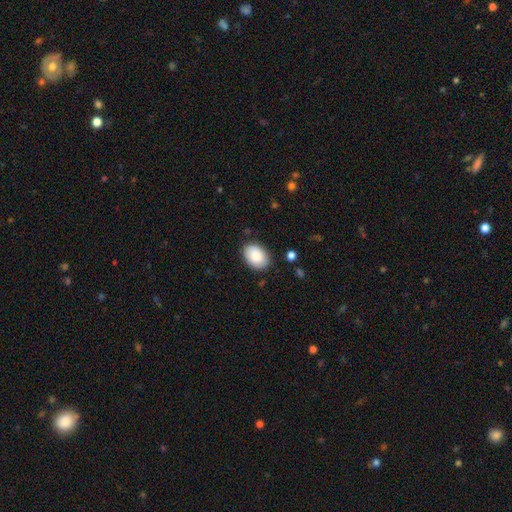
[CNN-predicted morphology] Smooth or featured?
  - smooth: 87% *
  - star or artifact: 7%
  - featured or disk: 6%
How rounded?
  - in between: 80% *
  - round: 19%
  - cigar-shaped: 1%
Merging?
  - none: 85% *
  - minor disturbance: 11%
  - major disturbance: 2%
  - merger: 1%